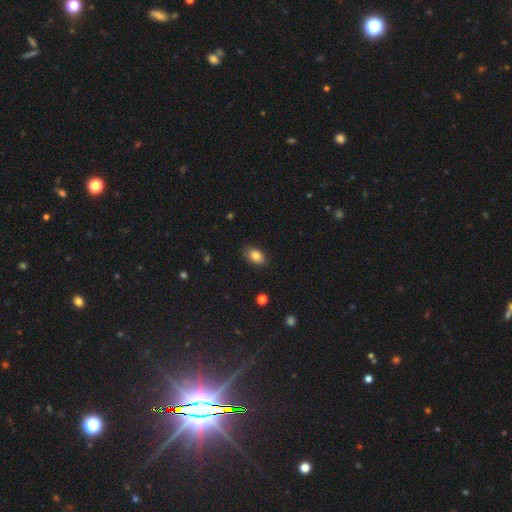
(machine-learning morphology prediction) smooth_or_featured: smooth (p=0.83) [alt: featured or disk p=0.08]
how_rounded: in between (p=0.87) [alt: round p=0.11]
merging: none (p=0.80) [alt: minor disturbance p=0.16]